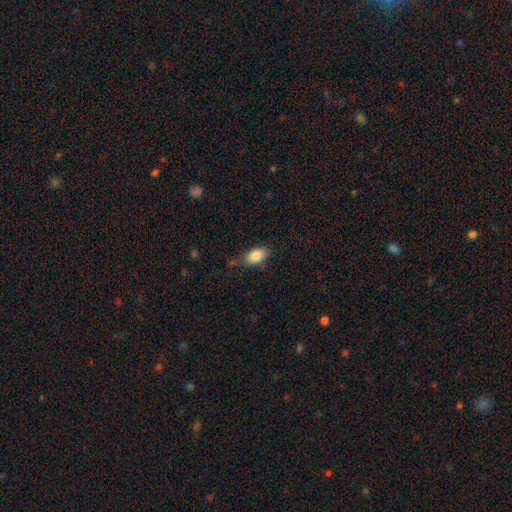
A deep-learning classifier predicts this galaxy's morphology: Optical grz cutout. It shows a smooth galaxy with no disk features (85%) that is in between round and cigar-shaped (90%). Merging: none (71%).